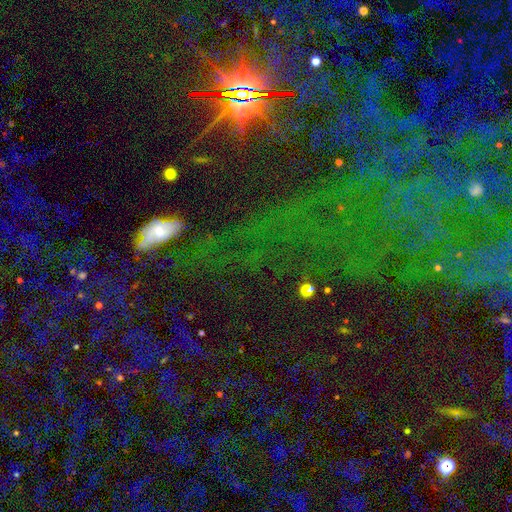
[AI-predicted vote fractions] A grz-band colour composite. It shows a star or artifact, not a galaxy (70%).